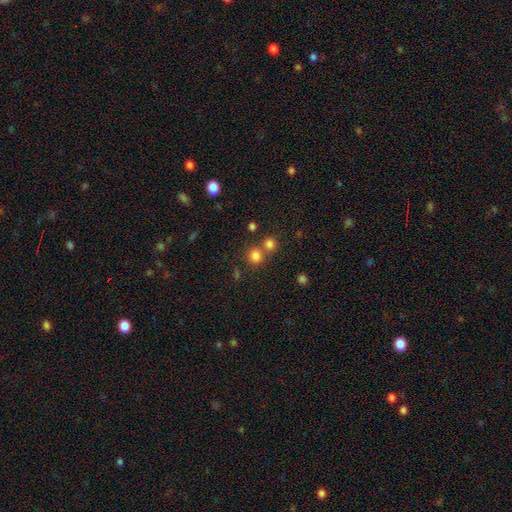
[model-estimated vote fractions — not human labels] This is likely a smooth galaxy (79%). How rounded: clearly round (85%). Merging: possibly none (60%).